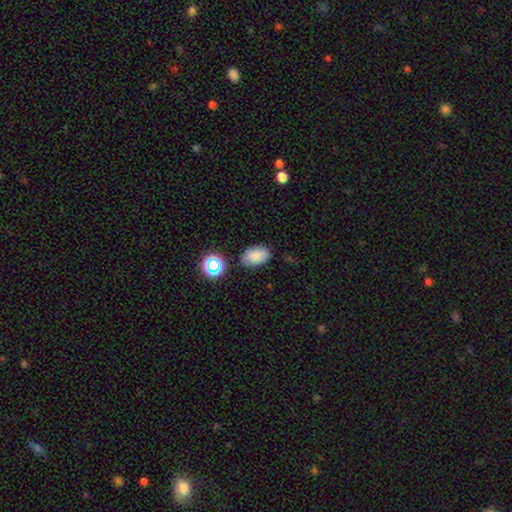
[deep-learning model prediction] Overall: smooth (82%). How rounded: in between (88%). Merging: none (81%).